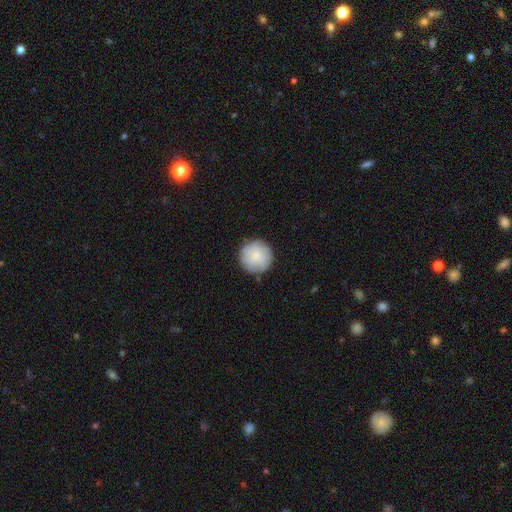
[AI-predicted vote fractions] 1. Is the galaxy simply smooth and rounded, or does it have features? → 76% smooth, 18% featured or disk, 7% star or artifact.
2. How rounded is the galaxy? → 96% round, 3% in between, 1% cigar-shaped.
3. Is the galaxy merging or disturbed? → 87% none, 10% minor disturbance, 2% major disturbance, 1% merger.